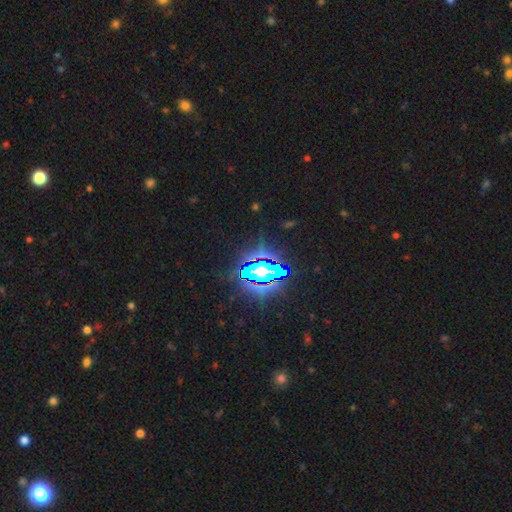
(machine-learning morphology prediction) Smooth or featured: star or artifact — 84% (smooth — 9%)